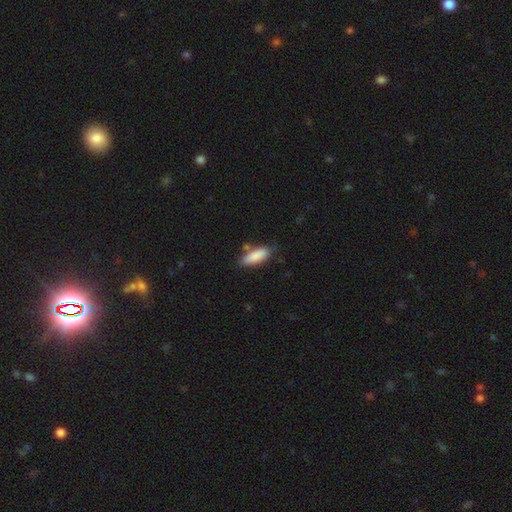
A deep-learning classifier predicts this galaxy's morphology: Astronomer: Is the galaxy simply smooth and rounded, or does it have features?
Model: smooth — 87%.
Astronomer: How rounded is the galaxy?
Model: in between — 68%.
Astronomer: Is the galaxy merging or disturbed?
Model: none — 72%.